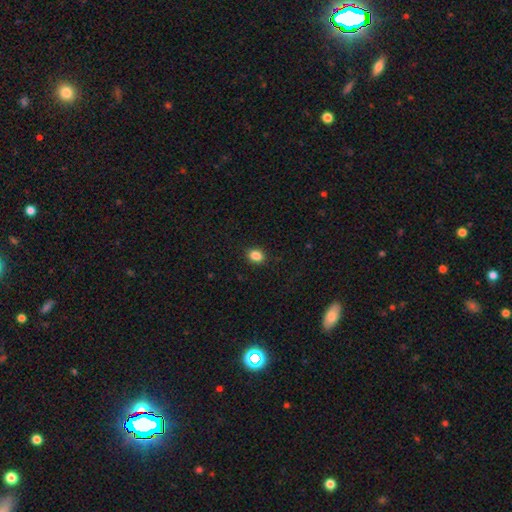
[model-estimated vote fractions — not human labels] A smooth galaxy with no disk features (86%) that is in between round and cigar-shaped (56%). Merging: none (89%).